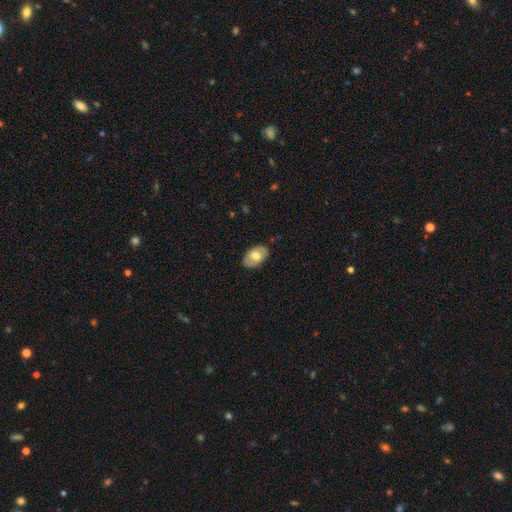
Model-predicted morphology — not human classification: A smooth galaxy with no disk features (62%) that is in between round and cigar-shaped (91%). Merging: none (83%).